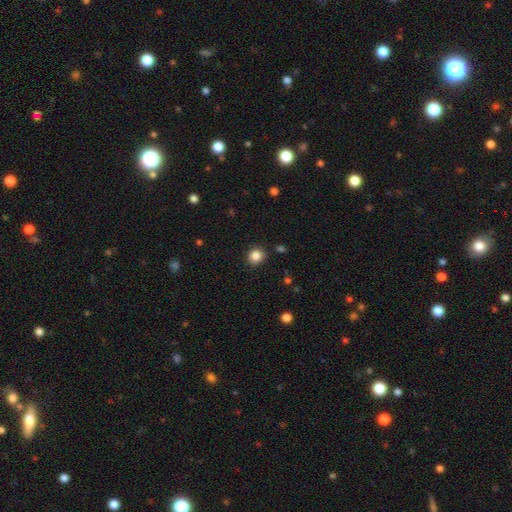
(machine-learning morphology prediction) This appears to be a smooth galaxy with no disk features (85%) that is round (90%). Merging: none (90%).